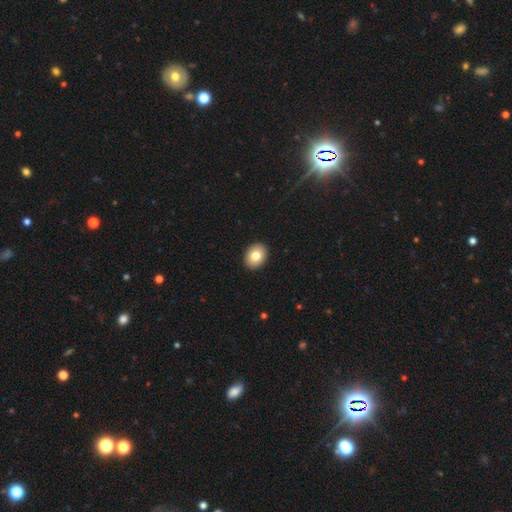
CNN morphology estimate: Smooth or featured?
  - smooth: 80% *
  - featured or disk: 11%
  - star or artifact: 9%
How rounded?
  - in between: 53% *
  - round: 46%
  - cigar-shaped: 1%
Merging?
  - none: 92% *
  - minor disturbance: 6%
  - major disturbance: 1%
  - merger: 1%